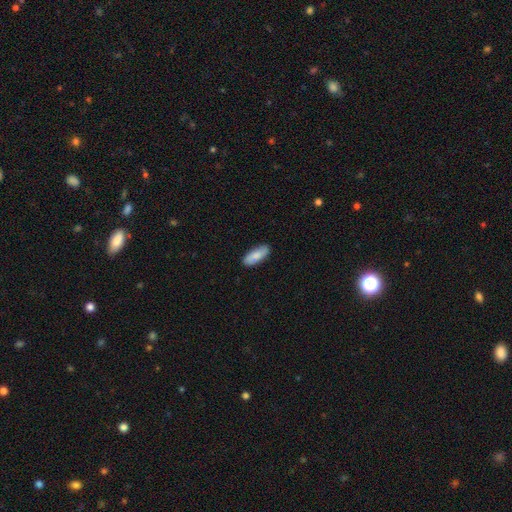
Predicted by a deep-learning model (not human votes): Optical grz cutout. It shows a smooth galaxy with no disk features (84%) that is in between round and cigar-shaped (72%). Merging: none (87%).